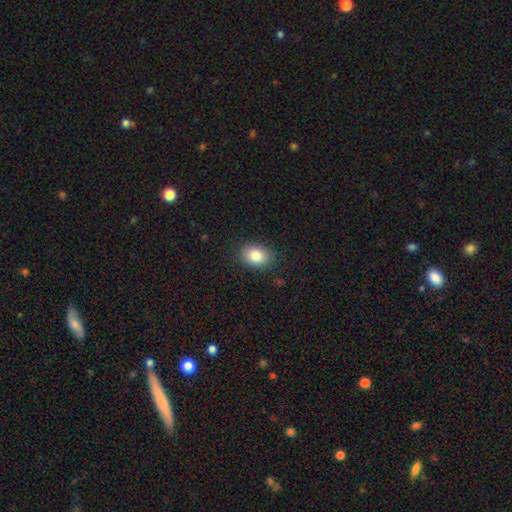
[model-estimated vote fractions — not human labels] A smooth galaxy with no disk features (84%) that is in between round and cigar-shaped (73%).

Vote fractions:
- Smooth or featured? smooth: 84% / star or artifact: 9% / featured or disk: 7%
- How rounded? in between: 73% / round: 26% / cigar-shaped: 1%
- Merging? none: 87% / minor disturbance: 10% / major disturbance: 3% / merger: 1%